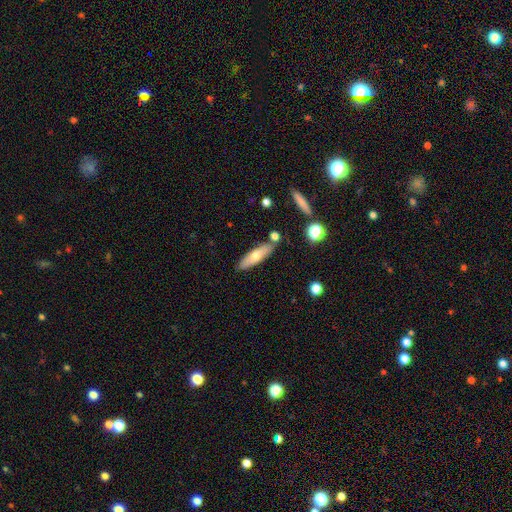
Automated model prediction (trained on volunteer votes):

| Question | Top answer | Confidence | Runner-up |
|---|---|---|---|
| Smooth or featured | smooth | 61% | featured or disk (32%) |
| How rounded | cigar-shaped | 61% | in between (37%) |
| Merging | none | 78% | minor disturbance (12%) |